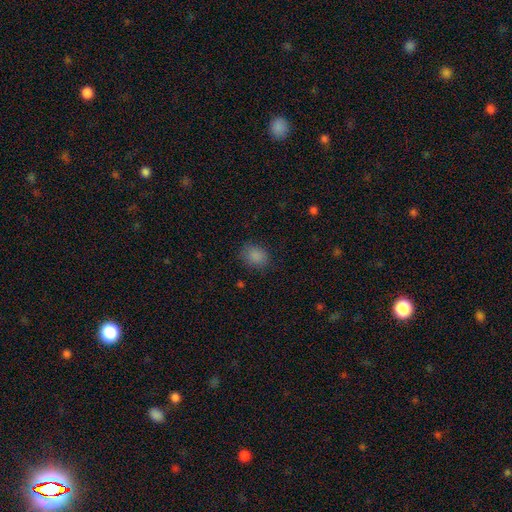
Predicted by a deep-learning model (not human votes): Smooth or featured: smooth — 85% (star or artifact — 11%)
How rounded: in between — 51% (round — 48%)
Merging: none — 80% (minor disturbance — 15%)